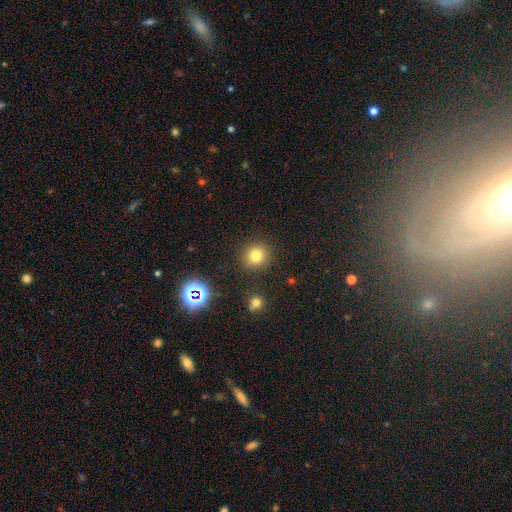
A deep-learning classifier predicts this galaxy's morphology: Smooth or featured: smooth — 79% (star or artifact — 15%)
How rounded: round — 88% (in between — 11%)
Merging: none — 88% (minor disturbance — 7%)